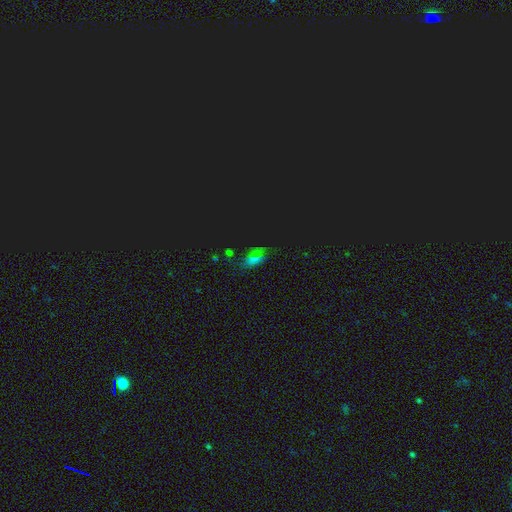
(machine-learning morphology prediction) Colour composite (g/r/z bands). It shows a star or artifact, not a galaxy (49%).